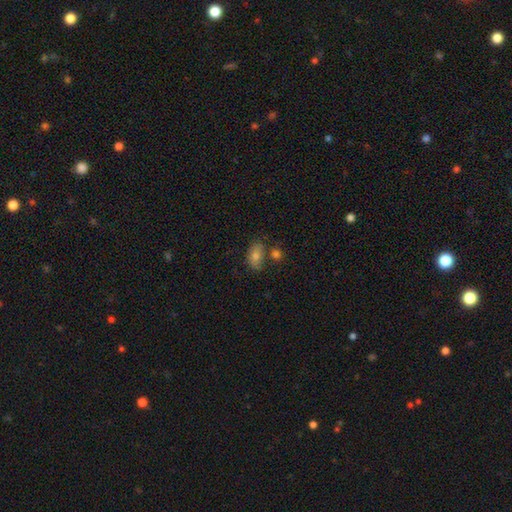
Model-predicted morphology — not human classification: The model was most divided on "merging": none: 61%, minor disturbance: 17%, merger: 16%, major disturbance: 6%. More confident: how rounded — in between (84%); smooth or featured — smooth (67%).